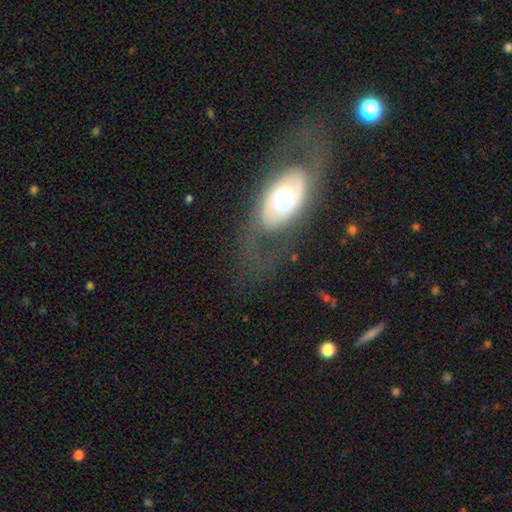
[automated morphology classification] smooth_or_featured: featured or disk (p=0.70) [alt: smooth p=0.23]
disk_edge_on: no (p=0.90) [alt: yes p=0.10]
bar: no (p=0.71) [alt: weak p=0.20]
has_spiral_arms: yes (p=0.56) [alt: no p=0.44]
bulge_size: moderate (p=0.49) [alt: large p=0.37]
merging: none (p=0.74) [alt: minor disturbance p=0.13]